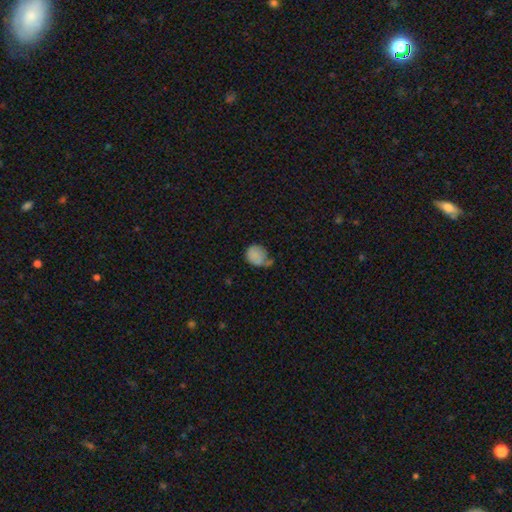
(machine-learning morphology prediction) This is clearly a smooth galaxy (83%). How rounded: likely round (66%). Merging: marginally minor disturbance (36%).